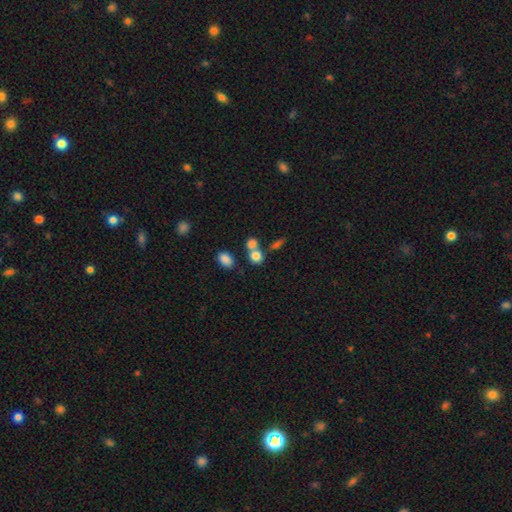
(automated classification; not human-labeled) smooth 79%, star or artifact 11%, featured or disk 10%. Down the decision tree: how rounded — round (70%); merging — none (46%).